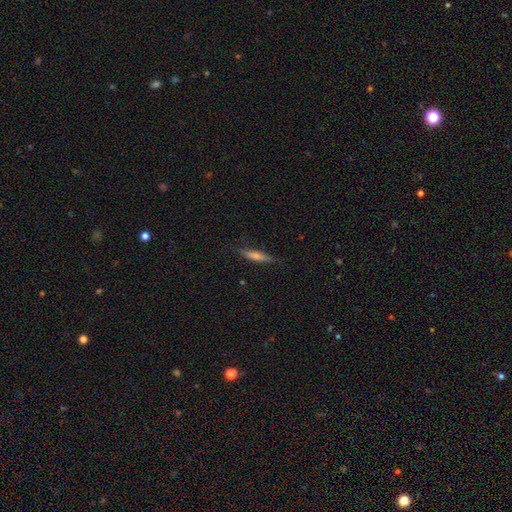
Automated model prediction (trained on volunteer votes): Morphology: type=smooth (55%); roundness=cigar-shaped (88%); merging=none (82%).